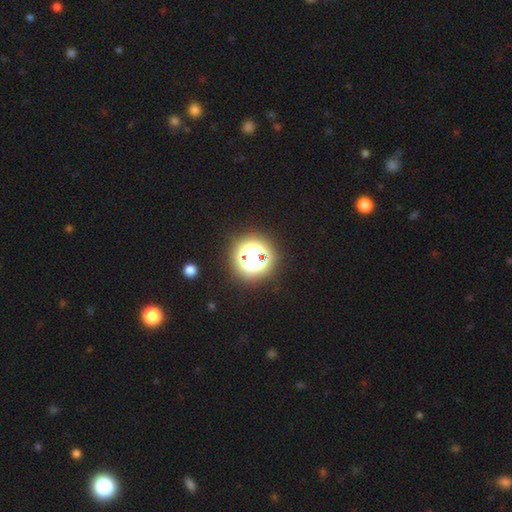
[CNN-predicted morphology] The model was most divided on "smooth or featured": star or artifact: 49%, smooth: 35%, featured or disk: 16%.